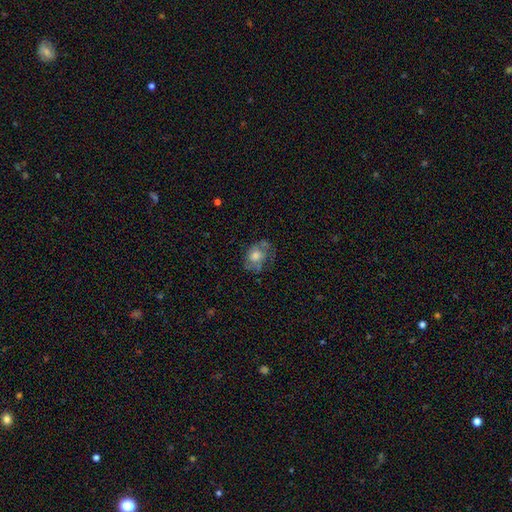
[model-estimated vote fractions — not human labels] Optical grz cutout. It shows a featured or disk galaxy (45%). Merging: none (60%).